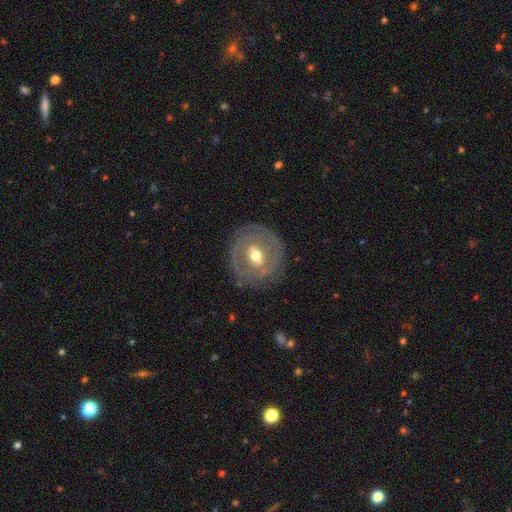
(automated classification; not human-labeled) A featured or disk galaxy (67%) with a weak bar (45%), no spiral arms (56%) and a moderate central bulge (73%).

Vote fractions:
- Smooth or featured? featured or disk: 67% / smooth: 27% / star or artifact: 6%
- Edge-on disk? no: 94% / yes: 6%
- Bar? weak: 45% / strong: 28% / no: 27%
- Spiral arms? no: 56% / yes: 44%
- Bulge size? moderate: 73% / small: 18% / large: 7% / dominant: 1% / none: 1%
- Merging? none: 79% / minor disturbance: 14% / major disturbance: 6% / merger: 2%